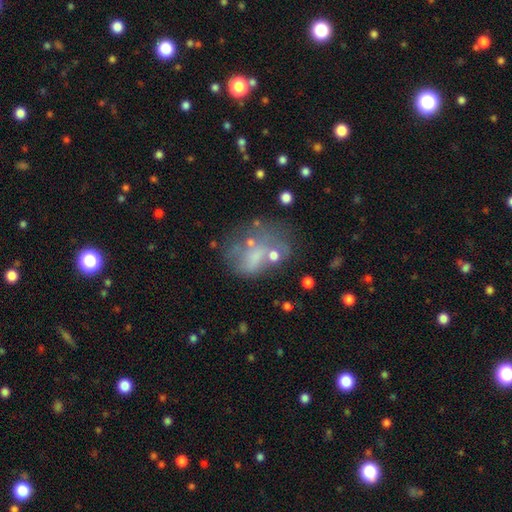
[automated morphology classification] Smooth or featured?
  - smooth: 44% *
  - featured or disk: 39%
  - star or artifact: 17%
Merging?
  - none: 33% *
  - major disturbance: 30%
  - minor disturbance: 20%
  - merger: 17%